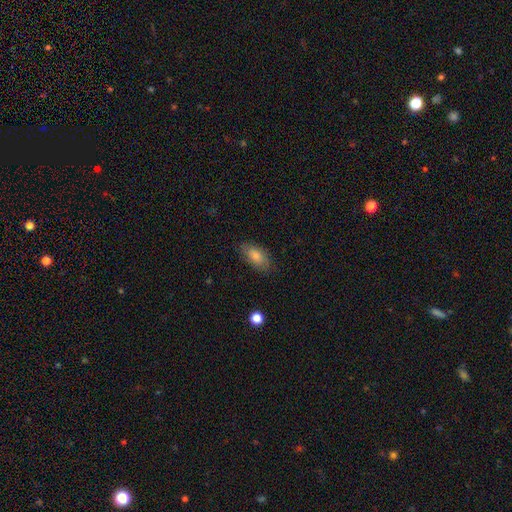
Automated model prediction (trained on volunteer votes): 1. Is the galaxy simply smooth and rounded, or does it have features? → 75% smooth, 16% featured or disk, 9% star or artifact.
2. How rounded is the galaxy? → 89% in between, 6% cigar-shaped, 4% round.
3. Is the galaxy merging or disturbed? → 81% none, 14% minor disturbance, 3% major disturbance, 1% merger.